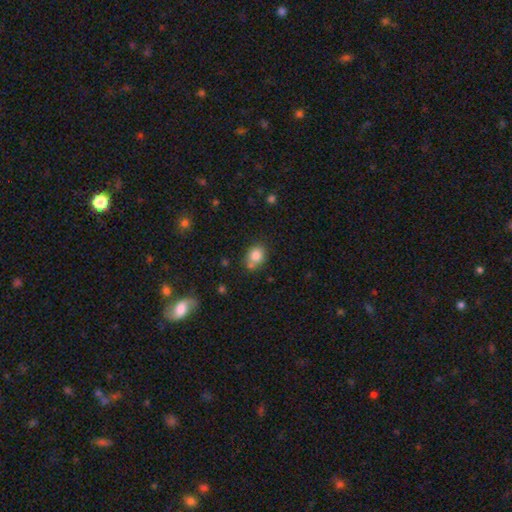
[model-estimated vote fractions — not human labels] The model was most divided on "how rounded": round: 56%, in between: 43%, cigar-shaped: 1%. More confident: smooth or featured — smooth (81%); merging — none (59%).